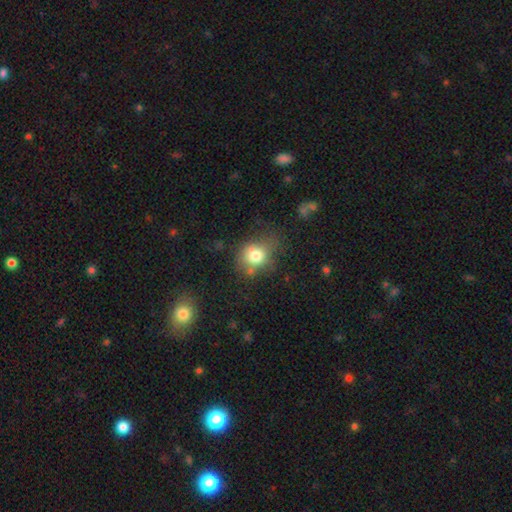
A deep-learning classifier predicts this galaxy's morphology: Smooth or featured: smooth — 75% (featured or disk — 14%)
How rounded: round — 65% (in between — 34%)
Merging: none — 47% (minor disturbance — 27%)